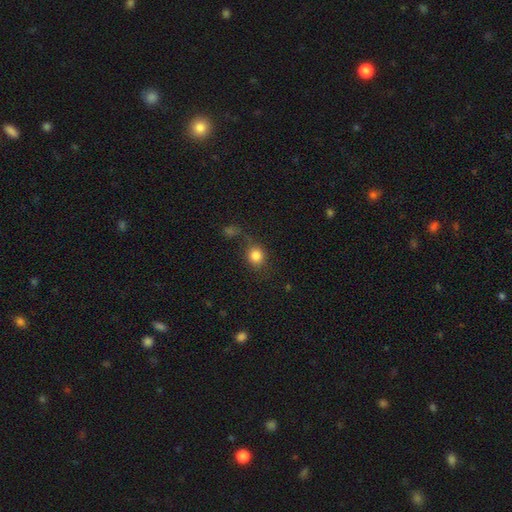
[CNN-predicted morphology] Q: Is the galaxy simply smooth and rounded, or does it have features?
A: smooth — 82%.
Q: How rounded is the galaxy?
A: round — 80%.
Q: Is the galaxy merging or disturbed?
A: none — 62%.